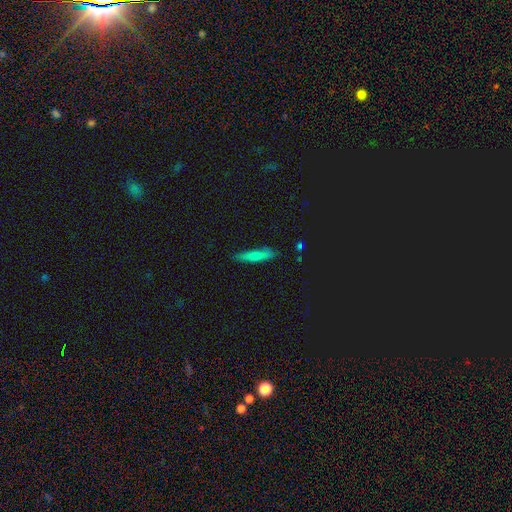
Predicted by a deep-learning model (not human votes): Smooth or featured? smooth (72%)
How rounded? cigar-shaped (84%)
Merging? none (81%)